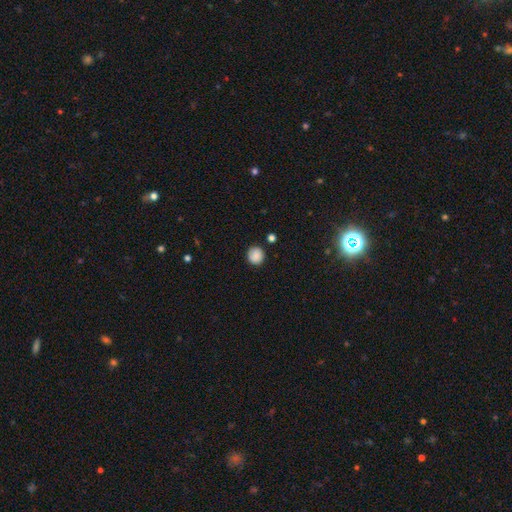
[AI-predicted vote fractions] Smooth or featured? smooth (87%)
How rounded? round (91%)
Merging? none (86%)